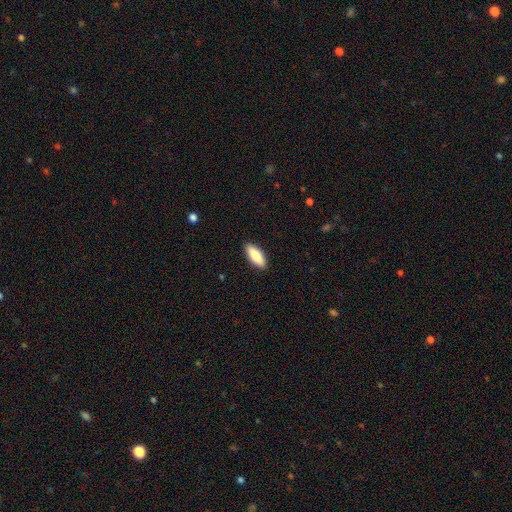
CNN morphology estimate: smooth 81%, featured or disk 13%, star or artifact 6%. Down the decision tree: how rounded — in between (68%); merging — none (90%).